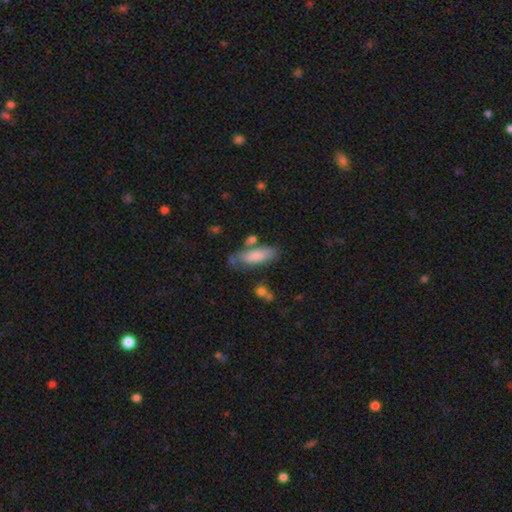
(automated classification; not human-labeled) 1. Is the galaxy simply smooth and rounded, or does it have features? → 73% smooth, 20% featured or disk, 7% star or artifact.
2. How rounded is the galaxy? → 60% in between, 38% cigar-shaped, 2% round.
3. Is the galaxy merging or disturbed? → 63% none, 21% minor disturbance, 9% merger, 7% major disturbance.